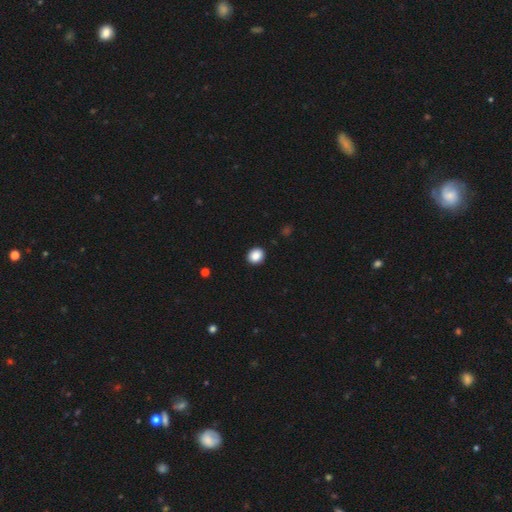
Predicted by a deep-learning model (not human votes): smooth_or_featured: smooth (p=0.88) [alt: star or artifact p=0.09]
how_rounded: round (p=0.68) [alt: in between p=0.31]
merging: none (p=0.92) [alt: minor disturbance p=0.06]